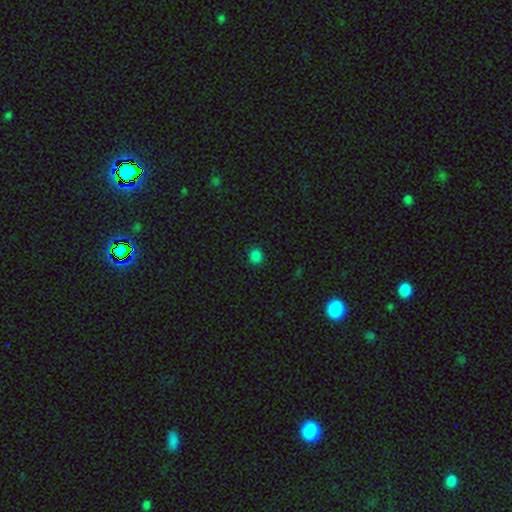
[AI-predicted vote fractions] Smooth or featured: smooth — 82% (star or artifact — 15%)
How rounded: round — 80% (in between — 19%)
Merging: none — 90% (minor disturbance — 7%)